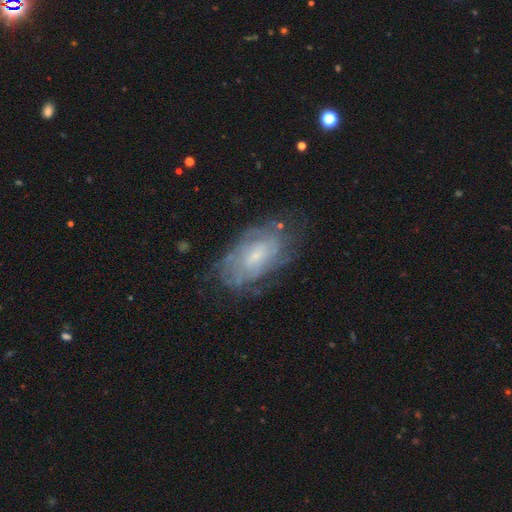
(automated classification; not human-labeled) This appears to be a featured or disk galaxy (69%) with no bar (59%), tight (64%) spiral arms (78%) and a small central bulge (62%). Merging: none (68%).